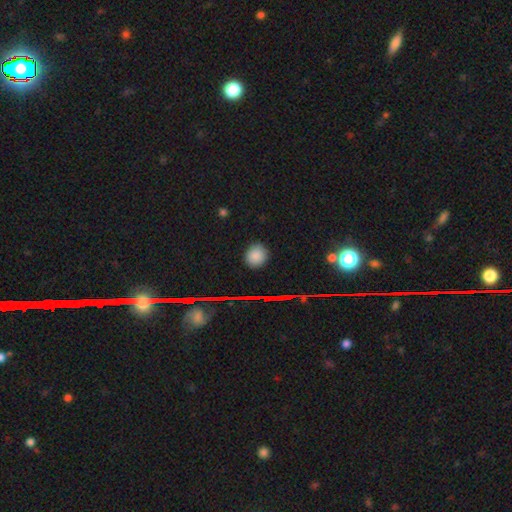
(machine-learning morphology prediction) smooth-or-featured: smooth: 83% | star or artifact: 13% | featured or disk: 5%
  how-rounded: round: 70% | in between: 29% | cigar-shaped: 1%
  merging: none: 86% | minor disturbance: 10% | major disturbance: 2% | merger: 1%